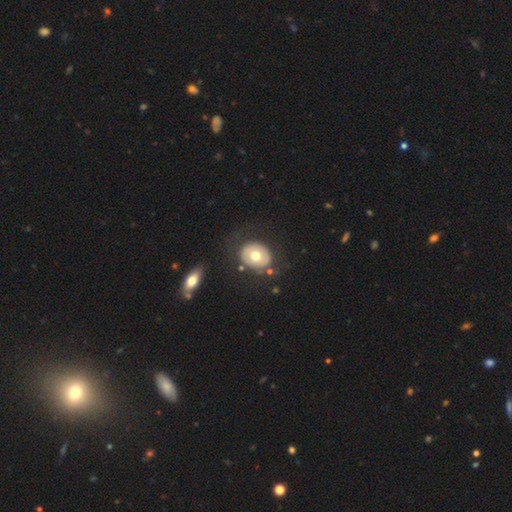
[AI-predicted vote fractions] A smooth galaxy with no disk features (57%) that is round (57%). Merging: none (72%).